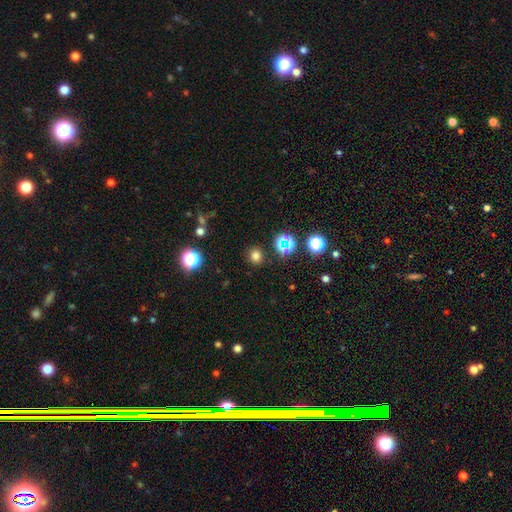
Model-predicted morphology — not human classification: Smooth or featured? smooth (75%)
How rounded? round (88%)
Merging? none (89%)